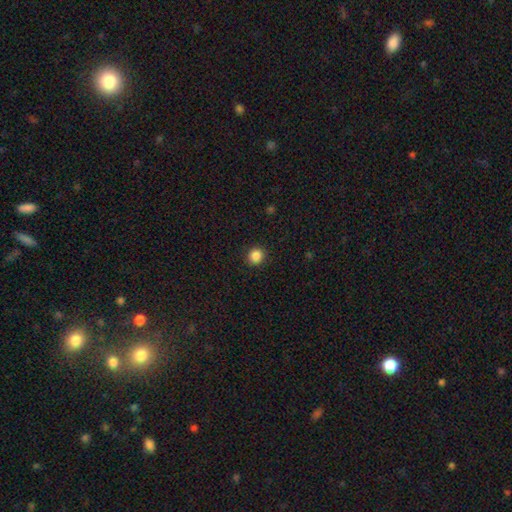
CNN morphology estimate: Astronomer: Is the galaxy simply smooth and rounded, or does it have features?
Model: smooth — 87%.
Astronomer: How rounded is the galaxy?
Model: round — 88%.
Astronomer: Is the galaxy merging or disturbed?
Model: none — 92%.